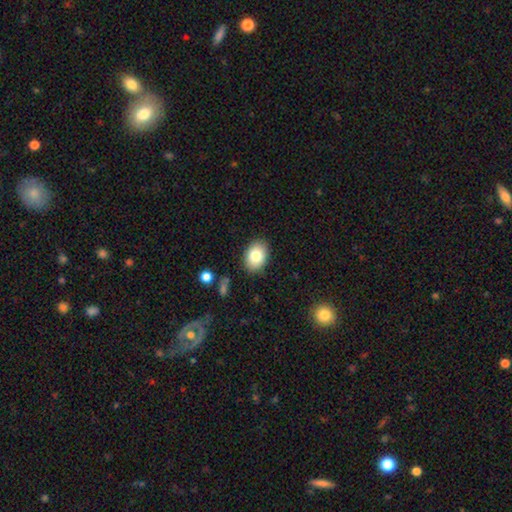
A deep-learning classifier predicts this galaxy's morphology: Smooth or featured? Predicted: smooth (p=0.82). How rounded? Predicted: in between (p=0.74). Merging? Predicted: none (p=0.87).